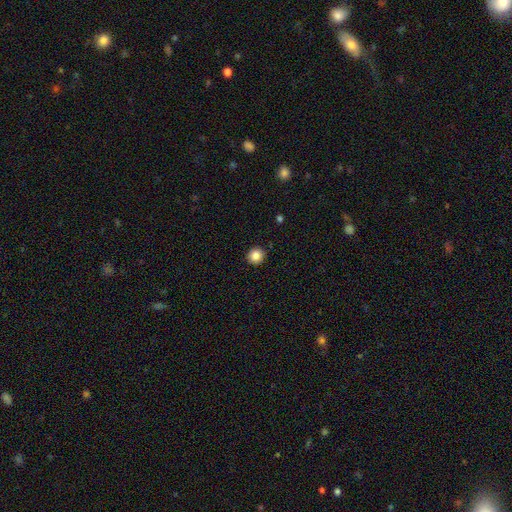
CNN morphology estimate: smooth 86%, star or artifact 10%, featured or disk 5%. Down the decision tree: how rounded — round (91%); merging — none (92%).